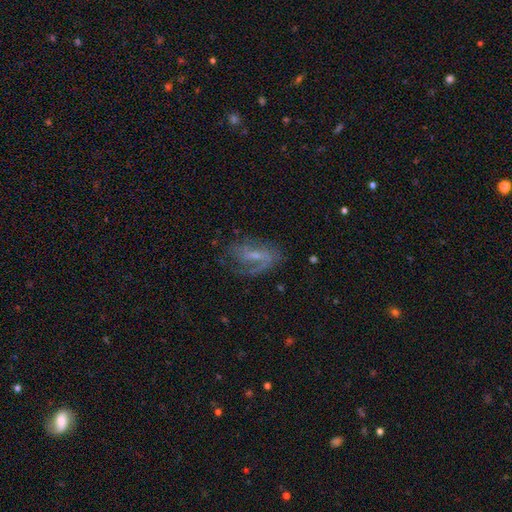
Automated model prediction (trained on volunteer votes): Smooth or featured? Predicted: featured or disk (p=0.74). Edge-on disk? Predicted: no (p=0.94). Bar? Predicted: weak (p=0.49). Spiral arms? Predicted: yes (p=0.85). Spiral winding? Predicted: medium (p=0.42). Spiral arm count? Predicted: 1 (p=0.40). Bulge size? Predicted: small (p=0.55). Merging? Predicted: none (p=0.54).